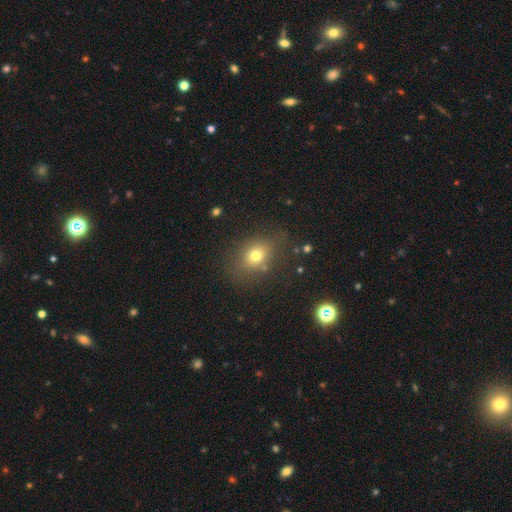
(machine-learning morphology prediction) smooth 72%, star or artifact 16%, featured or disk 12%. Down the decision tree: how rounded — in between (53%); merging — none (75%).